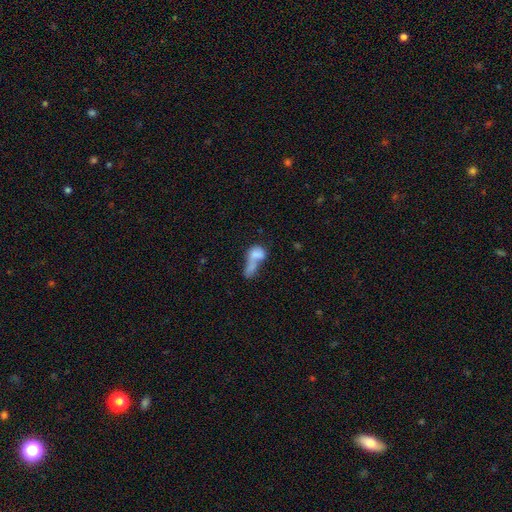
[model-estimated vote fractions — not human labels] Smooth or featured: smooth — 70% (featured or disk — 21%)
How rounded: in between — 68% (round — 25%)
Merging: merger — 72% (none — 12%)